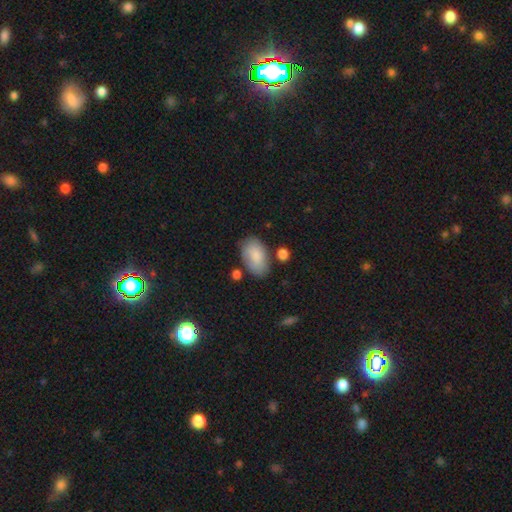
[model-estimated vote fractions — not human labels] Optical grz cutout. It shows a smooth galaxy with no disk features (82%) that is in between round and cigar-shaped (93%). Merging: none (69%).